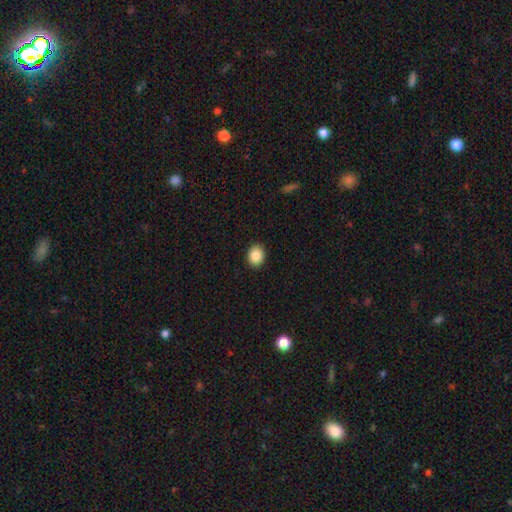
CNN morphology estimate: Smooth or featured: smooth — 88% (star or artifact — 8%)
How rounded: in between — 52% (round — 47%)
Merging: none — 91% (minor disturbance — 6%)